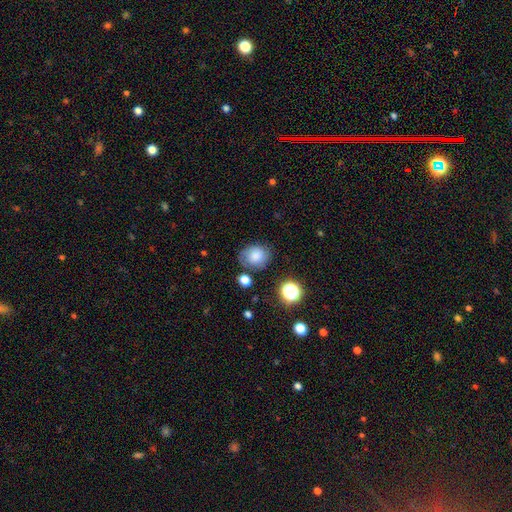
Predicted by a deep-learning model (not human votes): Smooth or featured? smooth (71%)
How rounded? round (61%)
Merging? none (68%)